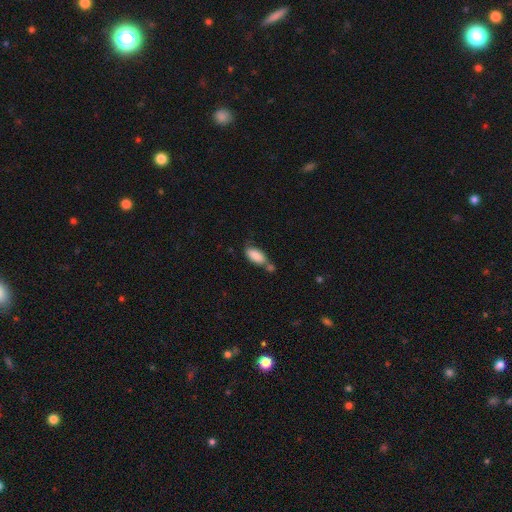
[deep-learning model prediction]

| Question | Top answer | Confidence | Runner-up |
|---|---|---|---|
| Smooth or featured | smooth | 86% | featured or disk (7%) |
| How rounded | in between | 90% | cigar-shaped (7%) |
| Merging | merger | 37% | tied: none (37%) |